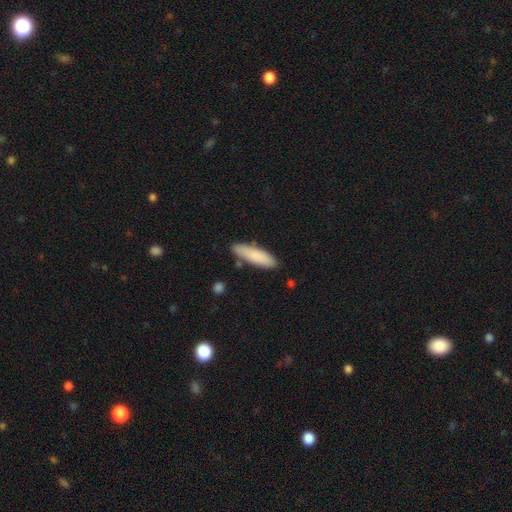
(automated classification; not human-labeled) Smooth or featured?
  - smooth: 84% *
  - featured or disk: 10%
  - star or artifact: 6%
How rounded?
  - cigar-shaped: 63% *
  - in between: 36%
  - round: 1%
Merging?
  - none: 83% *
  - minor disturbance: 12%
  - merger: 3%
  - major disturbance: 2%